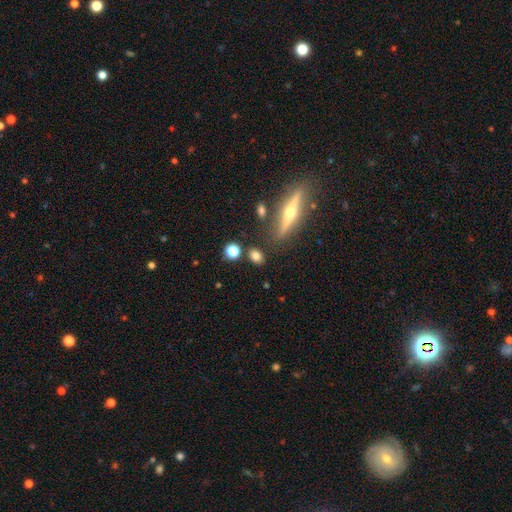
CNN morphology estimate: smooth-or-featured: smooth: 73% | featured or disk: 15% | star or artifact: 11%
  how-rounded: in between: 61% | round: 32% | cigar-shaped: 7%
  merging: none: 79% | minor disturbance: 10% | merger: 6% | major disturbance: 4%